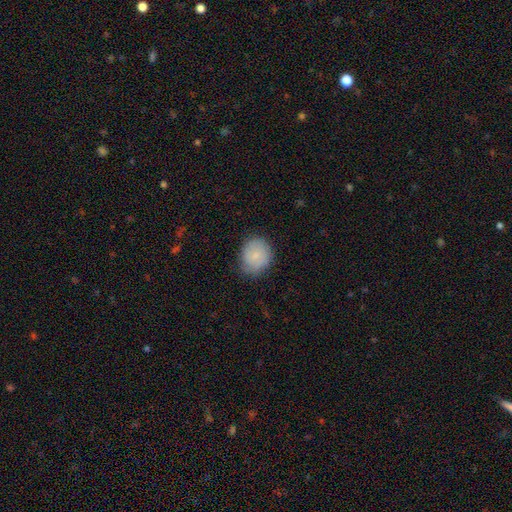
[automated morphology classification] Overall: smooth (75%). How rounded: round (66%; in between 33%). Merging: none (72%).